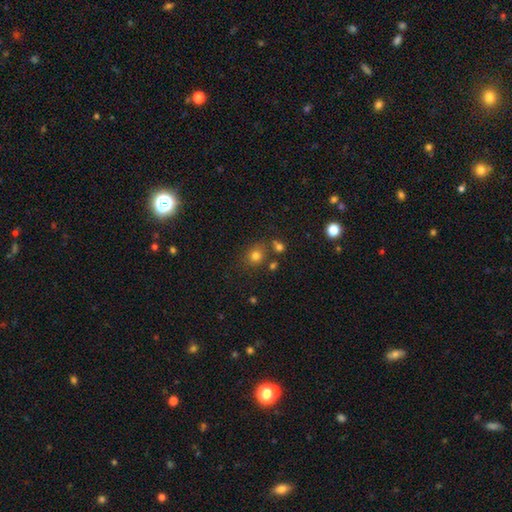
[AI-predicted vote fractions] Q: Smooth or featured?
A: smooth (77%); runner-up: star or artifact (15%)
Q: How rounded?
A: round (76%); runner-up: in between (23%)
Q: Merging?
A: none (70%); runner-up: minor disturbance (13%)